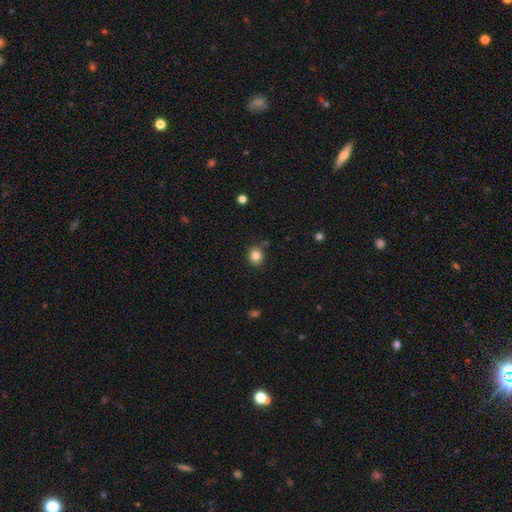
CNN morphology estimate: A smooth galaxy with no disk features (83%) that is round (77%).

Vote fractions:
- Smooth or featured? smooth: 83% / star or artifact: 11% / featured or disk: 6%
- How rounded? round: 77% / in between: 22% / cigar-shaped: 1%
- Merging? none: 83% / minor disturbance: 11% / merger: 4% / major disturbance: 3%